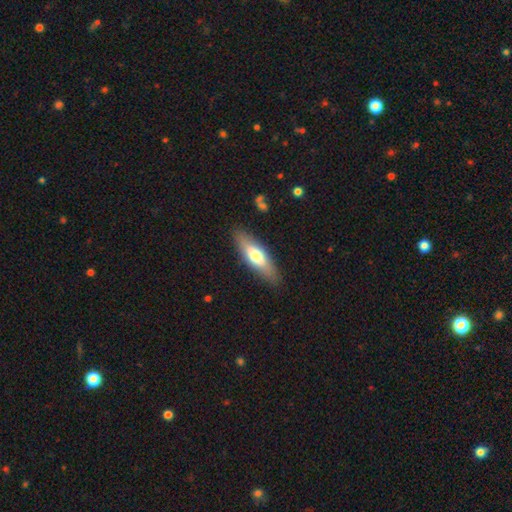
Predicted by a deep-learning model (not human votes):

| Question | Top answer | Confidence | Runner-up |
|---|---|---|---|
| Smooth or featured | smooth | 60% | featured or disk (35%) |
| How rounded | cigar-shaped | 49% | tied: in between (49%) |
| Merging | none | 86% | minor disturbance (10%) |